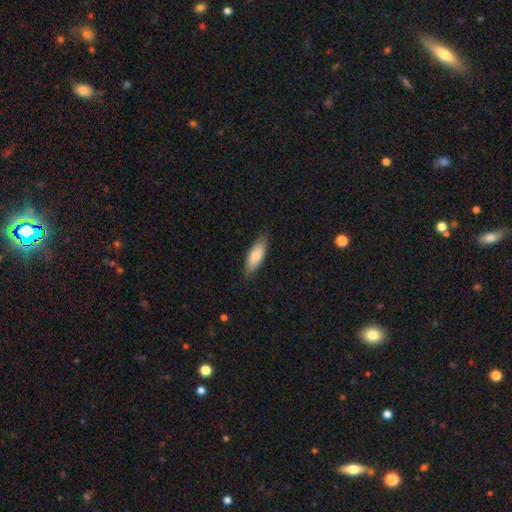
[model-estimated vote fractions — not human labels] smooth_or_featured: smooth (p=0.83) [alt: featured or disk p=0.12]
how_rounded: in between (p=0.68) [alt: cigar-shaped p=0.30]
merging: none (p=0.83) [alt: minor disturbance p=0.14]